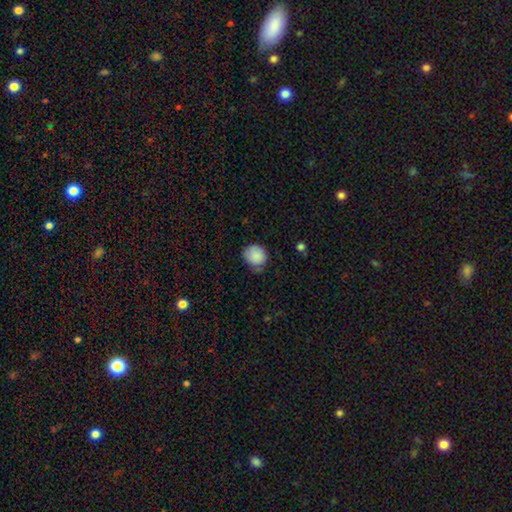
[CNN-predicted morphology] type=smooth (87%); roundness=round (80%); merging=none (61%).